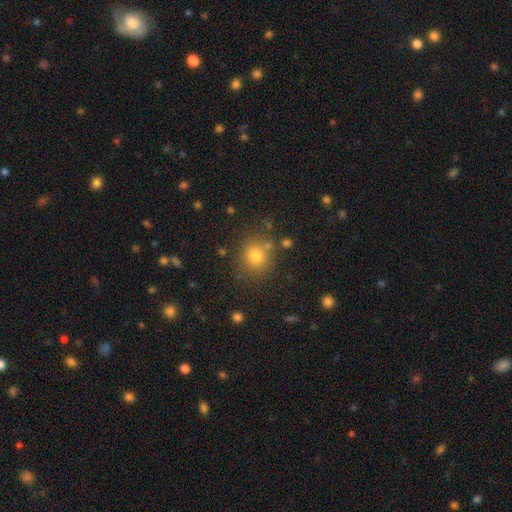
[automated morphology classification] smooth 76%, star or artifact 16%, featured or disk 8%. Down the decision tree: how rounded — round (81%); merging — none (78%).